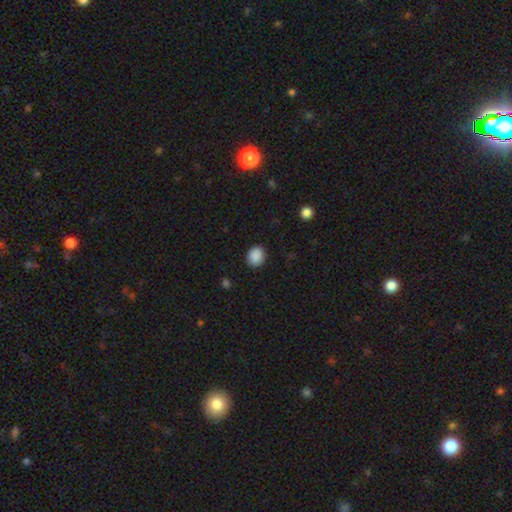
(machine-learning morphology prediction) A smooth galaxy with no disk features (89%) that is round (63%). Merging: none (89%).